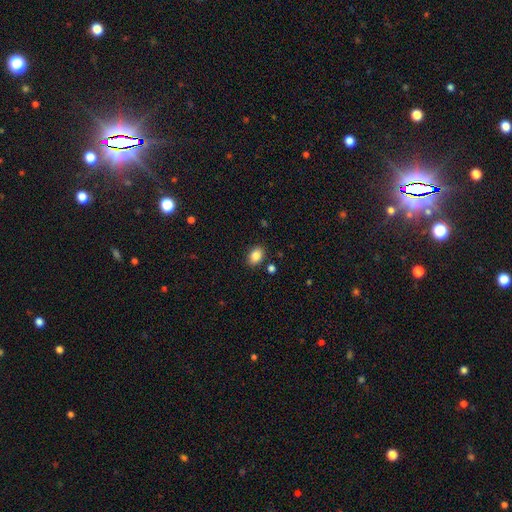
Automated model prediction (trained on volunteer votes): This is clearly a smooth galaxy (84%). How rounded: likely in between (76%). Merging: clearly none (85%).